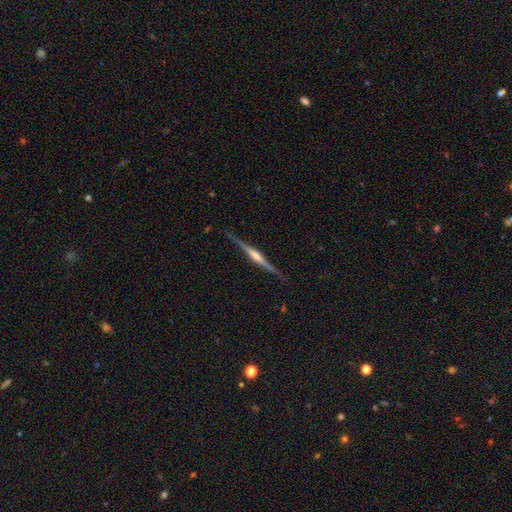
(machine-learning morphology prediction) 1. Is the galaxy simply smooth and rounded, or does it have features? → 80% featured or disk, 15% smooth, 5% star or artifact.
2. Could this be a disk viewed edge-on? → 98% yes, 2% no.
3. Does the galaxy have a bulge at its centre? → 64% rounded, 20% boxy, 16% none.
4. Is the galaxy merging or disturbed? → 88% none, 9% minor disturbance, 2% major disturbance, 1% merger.